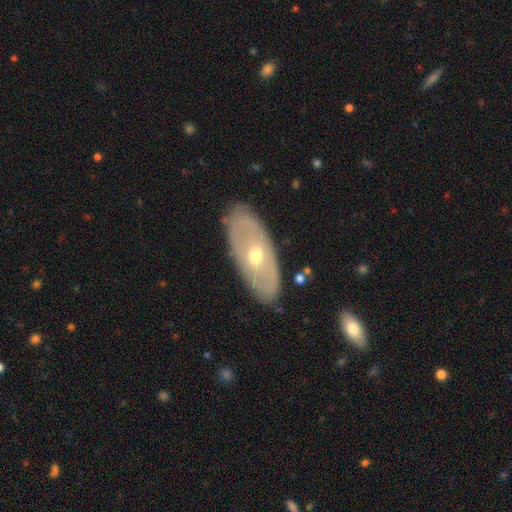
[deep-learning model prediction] smooth_or_featured: featured or disk (p=0.63) [alt: smooth p=0.32]
disk_edge_on: no (p=0.82) [alt: yes p=0.18]
bar: no (p=0.81) [alt: weak p=0.14]
has_spiral_arms: no (p=0.75) [alt: yes p=0.25]
bulge_size: moderate (p=0.70) [alt: small p=0.25]
merging: none (p=0.85) [alt: minor disturbance p=0.11]